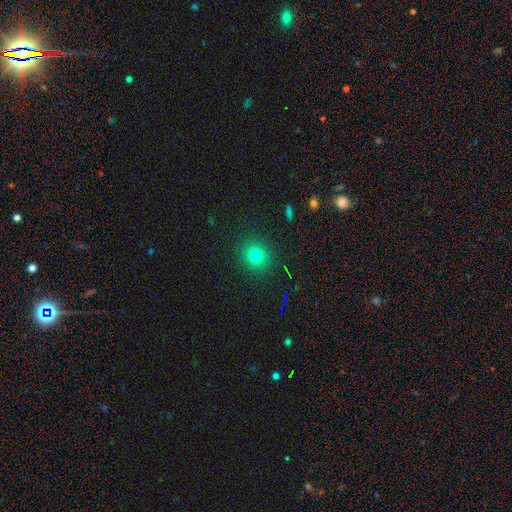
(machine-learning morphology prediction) smooth_or_featured: smooth (p=0.76) [alt: star or artifact p=0.17]
how_rounded: round (p=0.90) [alt: in between p=0.09]
merging: none (p=0.90) [alt: minor disturbance p=0.06]